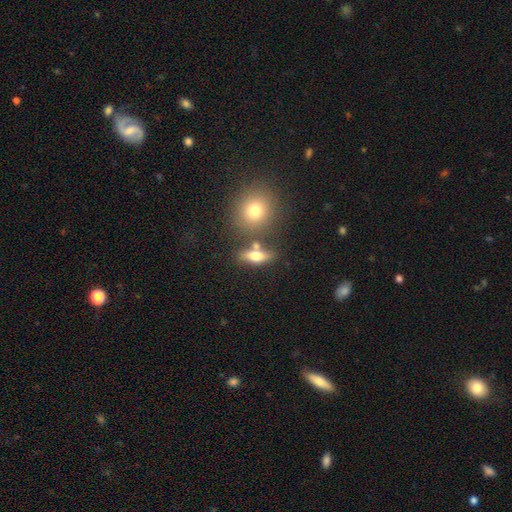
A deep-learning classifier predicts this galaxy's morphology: Overall: smooth (63%; featured or disk 25%). How rounded: in between (57%; cigar-shaped 25%). Merging: none (61%).